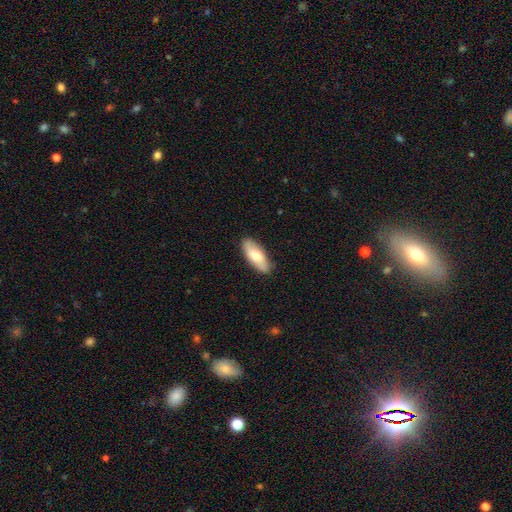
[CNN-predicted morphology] This appears to be a smooth galaxy with no disk features (72%) that is in between round and cigar-shaped (74%). Merging: none (86%).